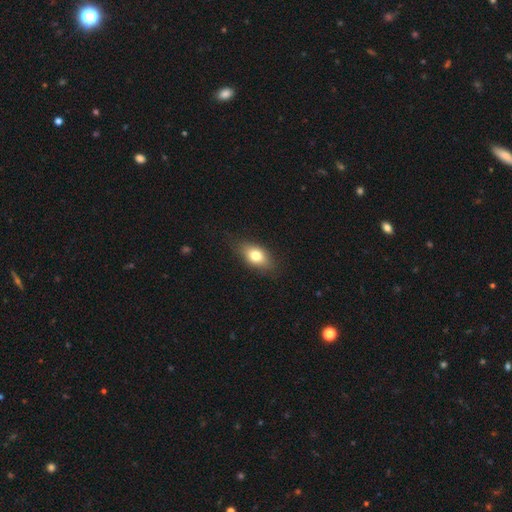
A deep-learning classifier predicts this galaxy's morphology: smooth 76%, featured or disk 15%, star or artifact 8%. Down the decision tree: how rounded — in between (82%); merging — none (79%).